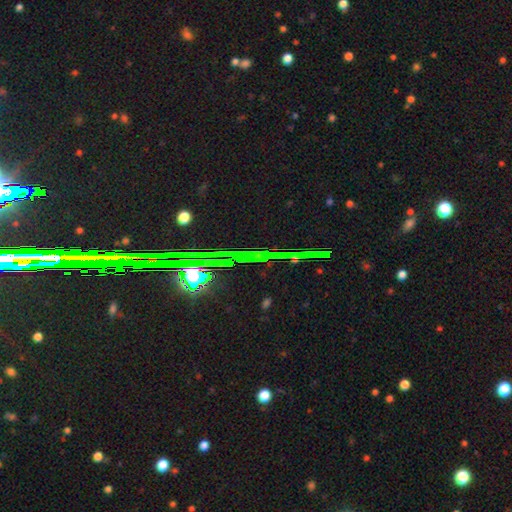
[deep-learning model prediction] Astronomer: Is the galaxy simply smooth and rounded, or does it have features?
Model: star or artifact — 84%.